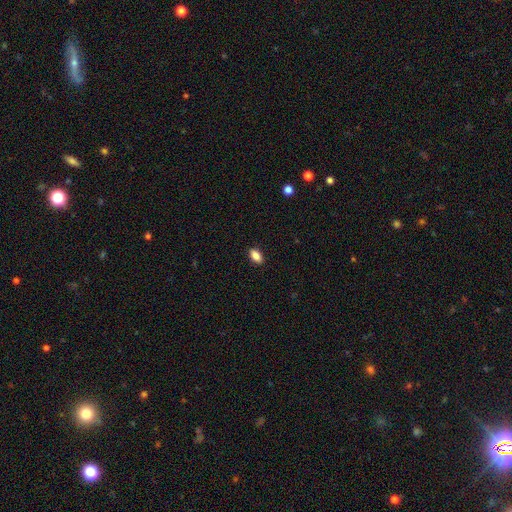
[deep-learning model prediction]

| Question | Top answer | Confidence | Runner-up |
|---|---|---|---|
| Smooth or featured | smooth | 87% | star or artifact (8%) |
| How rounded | in between | 91% | round (5%) |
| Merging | none | 89% | minor disturbance (8%) |